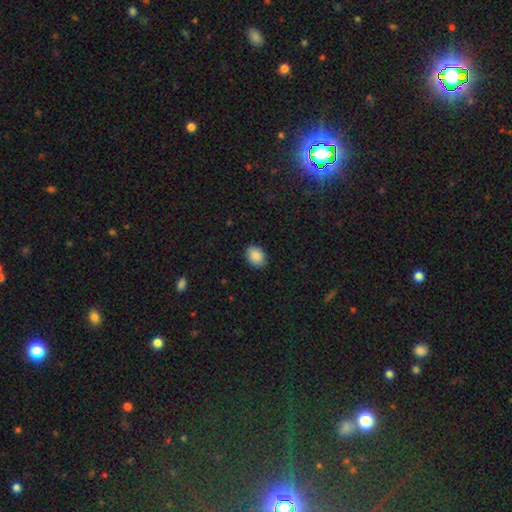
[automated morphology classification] This appears to be a smooth galaxy with no disk features (89%) that is in between round and cigar-shaped (68%). Merging: none (88%).